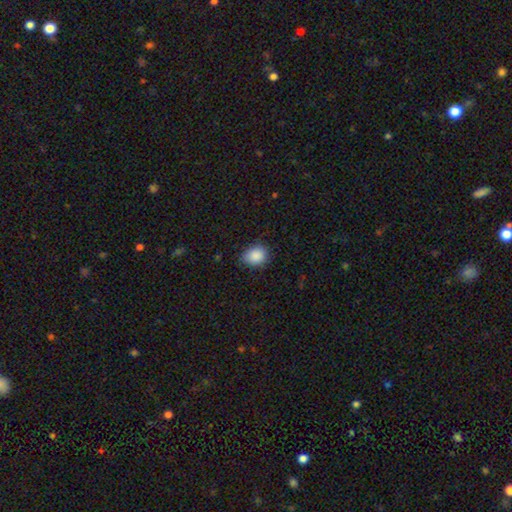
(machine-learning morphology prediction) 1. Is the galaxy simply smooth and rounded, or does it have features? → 88% smooth, 8% star or artifact, 3% featured or disk.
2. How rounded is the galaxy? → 50% in between, 49% round, 1% cigar-shaped.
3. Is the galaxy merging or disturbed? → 75% none, 21% minor disturbance, 3% major disturbance, 1% merger.